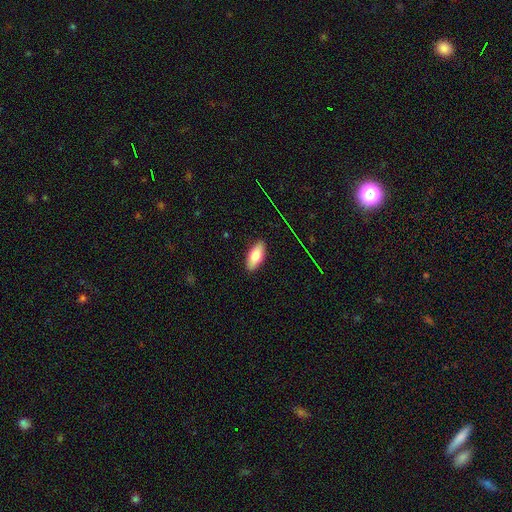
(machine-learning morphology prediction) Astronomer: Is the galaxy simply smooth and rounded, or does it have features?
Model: smooth — 77%.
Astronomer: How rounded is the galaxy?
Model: in between — 81%.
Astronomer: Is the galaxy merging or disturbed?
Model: none — 88%.